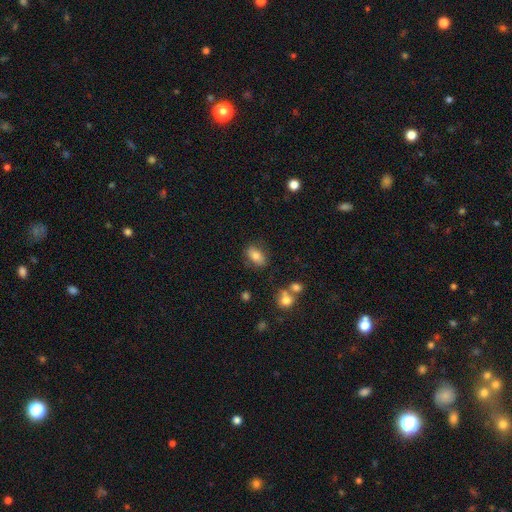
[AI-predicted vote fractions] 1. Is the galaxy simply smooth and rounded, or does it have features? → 78% smooth, 13% featured or disk, 9% star or artifact.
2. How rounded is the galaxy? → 88% in between, 9% round, 3% cigar-shaped.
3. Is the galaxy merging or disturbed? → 78% none, 14% minor disturbance, 4% major disturbance, 4% merger.